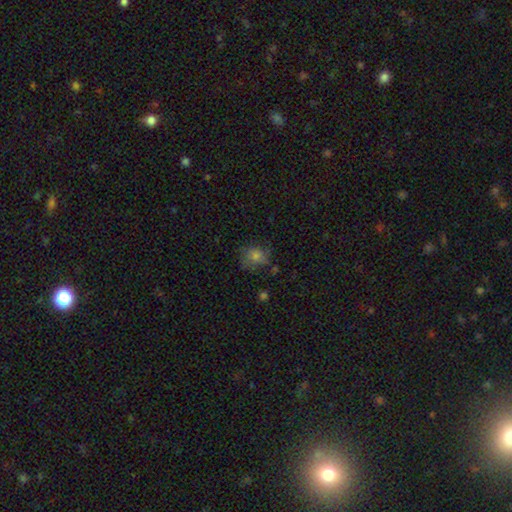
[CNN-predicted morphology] Smooth or featured? smooth (69%)
How rounded? round (66%)
Merging? none (61%)